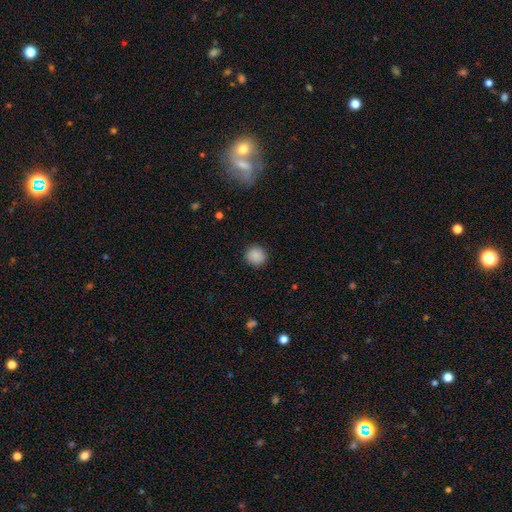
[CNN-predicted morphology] A smooth galaxy with no disk features (88%) that is round (89%).

Vote fractions:
- Smooth or featured? smooth: 88% / star or artifact: 9% / featured or disk: 3%
- How rounded? round: 89% / in between: 10% / cigar-shaped: 1%
- Merging? none: 90% / minor disturbance: 7% / major disturbance: 2% / merger: 1%